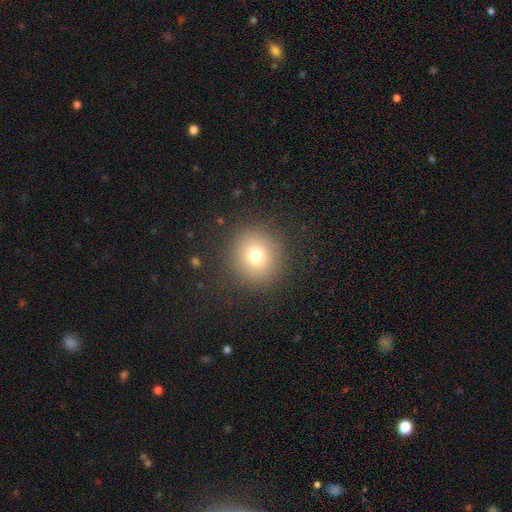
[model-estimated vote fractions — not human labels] Overall: smooth (74%). How rounded: round (94%). Merging: none (89%).